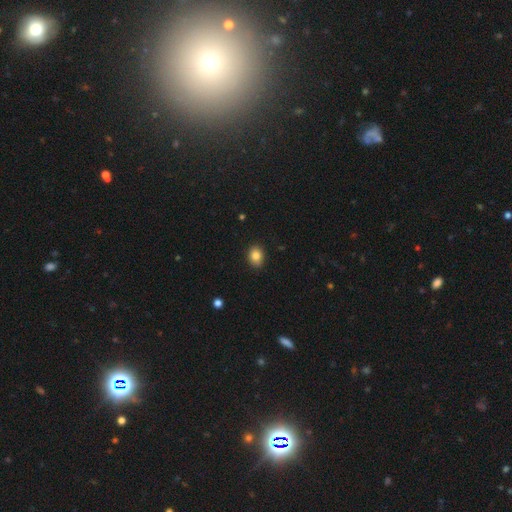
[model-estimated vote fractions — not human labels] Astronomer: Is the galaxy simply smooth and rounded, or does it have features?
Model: smooth — 84%.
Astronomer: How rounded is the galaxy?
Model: in between — 55% (runner-up: round, 44%).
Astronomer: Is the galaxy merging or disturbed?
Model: none — 88%.